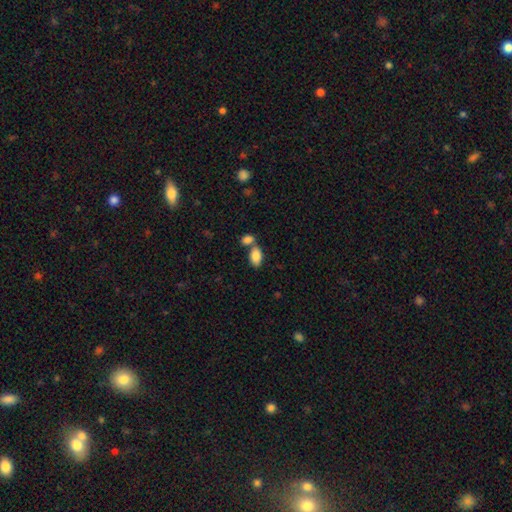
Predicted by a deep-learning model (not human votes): Smooth or featured? Predicted: smooth (p=0.86). How rounded? Predicted: in between (p=0.93). Merging? Predicted: none (p=0.47).